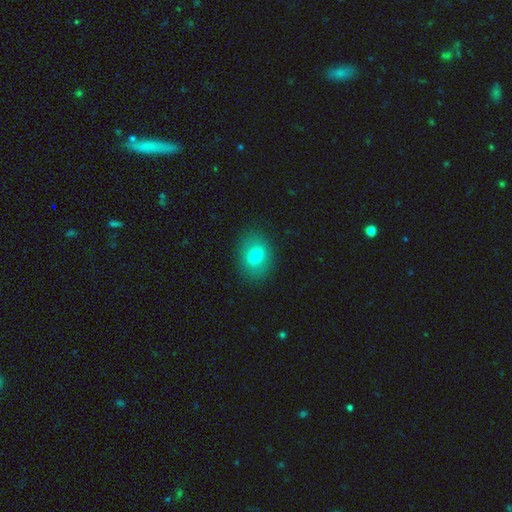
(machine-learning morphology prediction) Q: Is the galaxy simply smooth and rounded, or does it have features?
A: smooth — 73%.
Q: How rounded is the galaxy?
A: in between — 54%.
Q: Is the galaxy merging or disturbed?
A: none — 86%.